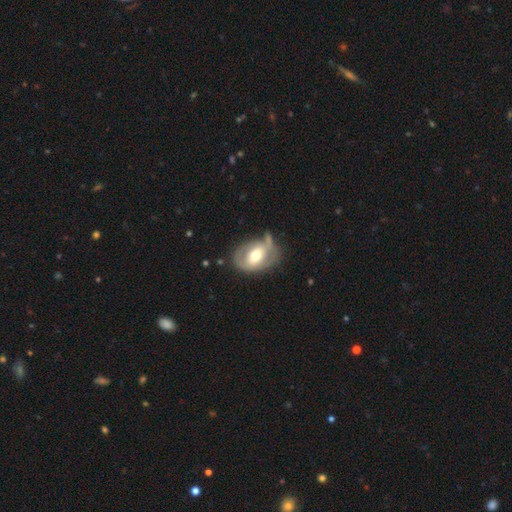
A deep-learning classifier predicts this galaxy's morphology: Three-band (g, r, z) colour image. It shows a featured or disk galaxy (59%) with no bar (45%), spiral arms (51%) and a moderate central bulge (69%). Merging: none (47%).